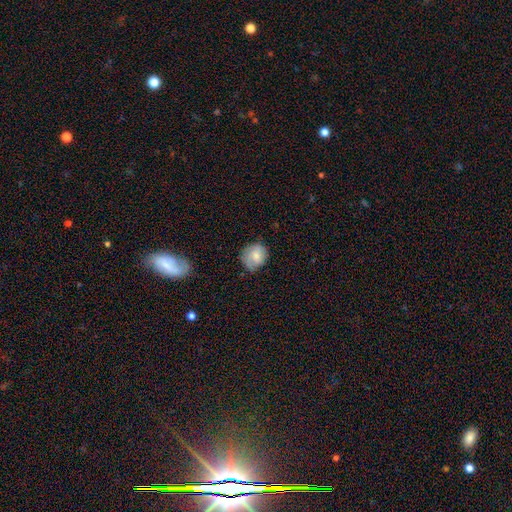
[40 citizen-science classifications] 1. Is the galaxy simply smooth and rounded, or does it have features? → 57% smooth, 38% featured or disk, 5% star or artifact.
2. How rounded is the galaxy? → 91% round, 9% in between, 0% cigar-shaped.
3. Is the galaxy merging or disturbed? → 58% none, 34% minor disturbance, 5% major disturbance, 3% merger.